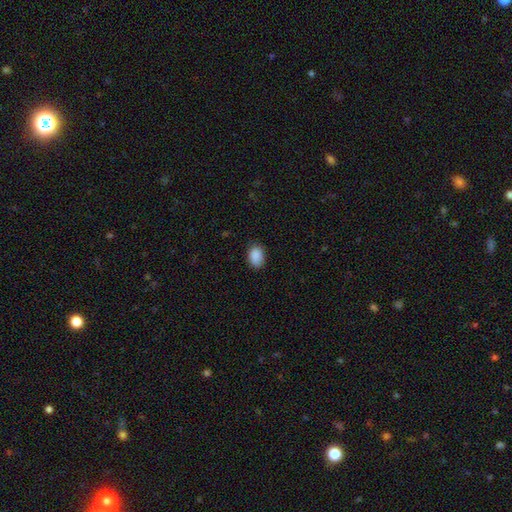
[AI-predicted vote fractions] Morphology: type=smooth (90%); roundness=in between (79%); merging=none (83%).